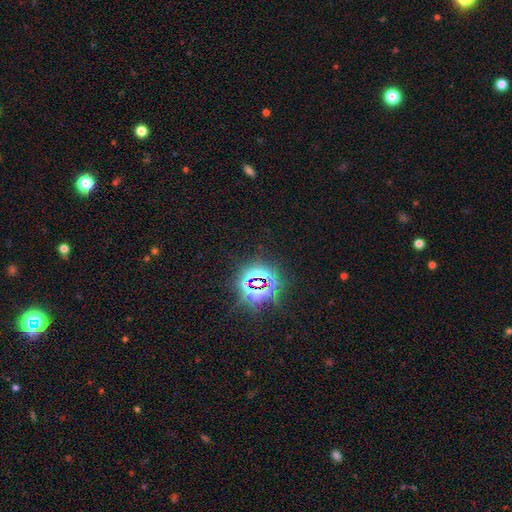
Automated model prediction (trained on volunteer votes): star or artifact 82%, smooth 11%, featured or disk 7%.